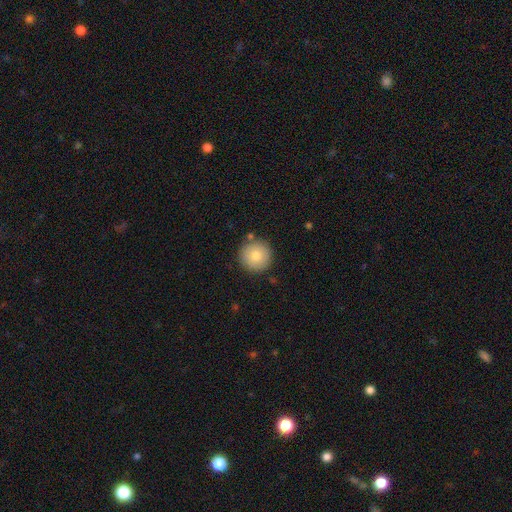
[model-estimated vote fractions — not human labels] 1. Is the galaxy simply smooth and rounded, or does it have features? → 80% smooth, 12% featured or disk, 8% star or artifact.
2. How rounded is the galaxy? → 96% round, 3% in between, 1% cigar-shaped.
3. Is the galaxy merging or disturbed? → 86% none, 8% minor disturbance, 3% merger, 2% major disturbance.